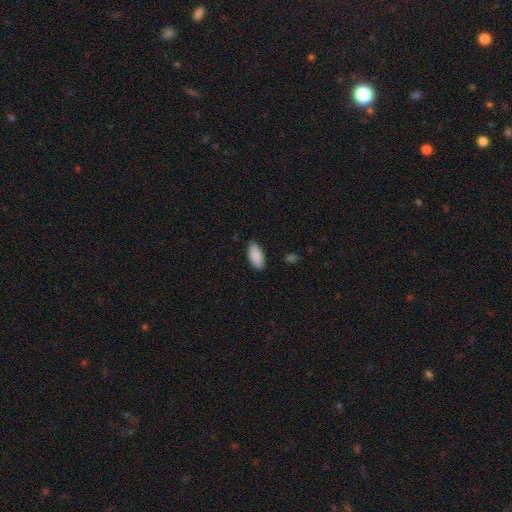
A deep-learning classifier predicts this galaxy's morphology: A smooth galaxy with no disk features (89%) that is in between round and cigar-shaped (91%).

Vote fractions:
- Smooth or featured? smooth: 89% / star or artifact: 6% / featured or disk: 5%
- How rounded? in between: 91% / cigar-shaped: 7% / round: 2%
- Merging? none: 86% / minor disturbance: 11% / major disturbance: 2% / merger: 1%